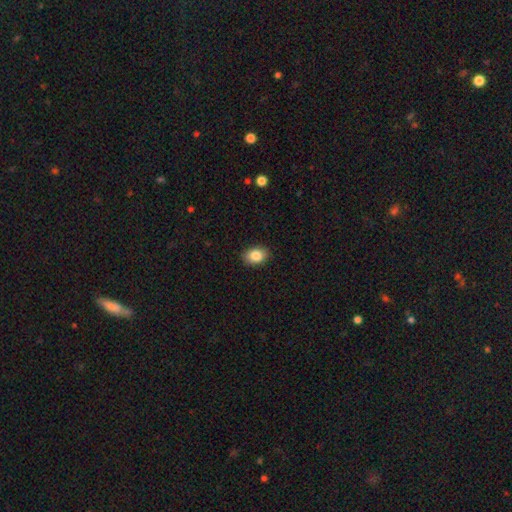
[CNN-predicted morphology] smooth 85%, star or artifact 8%, featured or disk 6%. Down the decision tree: how rounded — in between (74%); merging — none (89%).